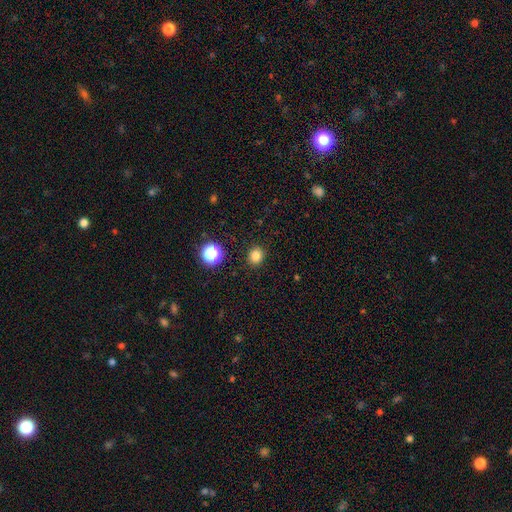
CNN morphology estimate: The model was most divided on "how rounded": round: 78%, in between: 22%, cigar-shaped: 1%. More confident: merging — none (90%); smooth or featured — smooth (81%).